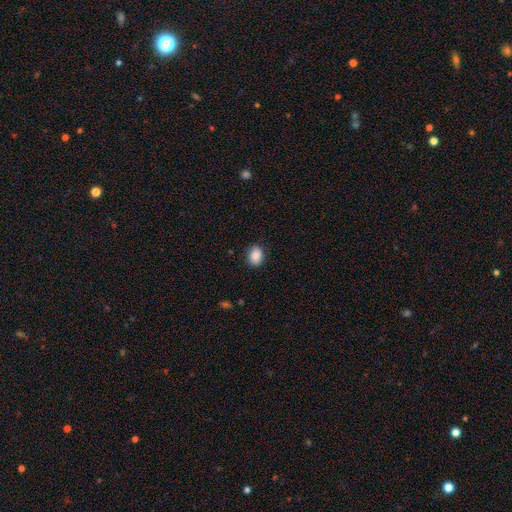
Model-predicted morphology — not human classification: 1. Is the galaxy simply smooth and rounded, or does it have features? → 88% smooth, 8% star or artifact, 4% featured or disk.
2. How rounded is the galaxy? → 60% in between, 39% round, 1% cigar-shaped.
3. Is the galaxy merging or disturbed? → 84% none, 12% minor disturbance, 3% major disturbance, 1% merger.